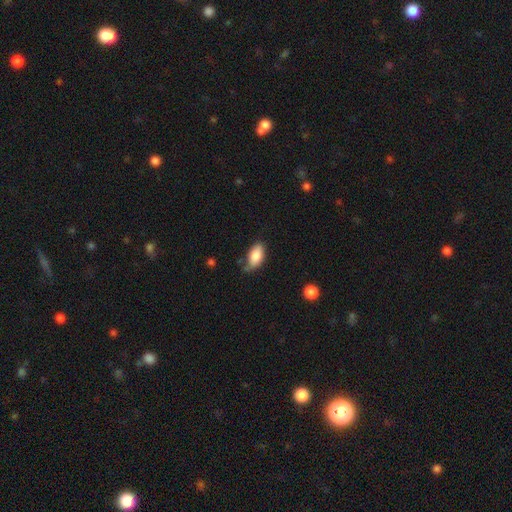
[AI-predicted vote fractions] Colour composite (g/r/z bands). It shows a smooth galaxy with no disk features (86%) that is in between round and cigar-shaped (92%). Merging: none (61%).